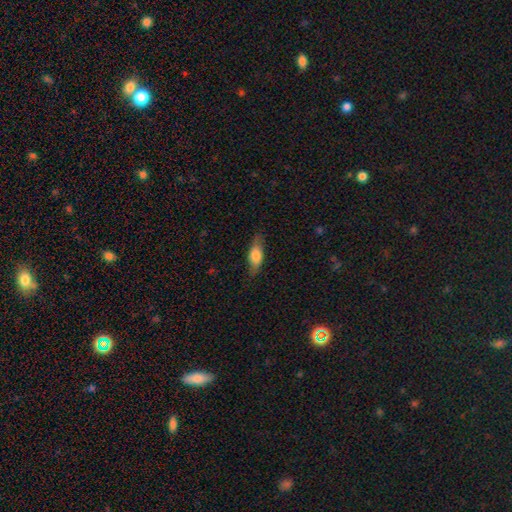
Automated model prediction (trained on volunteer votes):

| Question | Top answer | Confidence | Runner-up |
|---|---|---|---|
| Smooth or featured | smooth | 69% | featured or disk (25%) |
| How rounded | in between | 65% | cigar-shaped (32%) |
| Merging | none | 79% | minor disturbance (16%) |